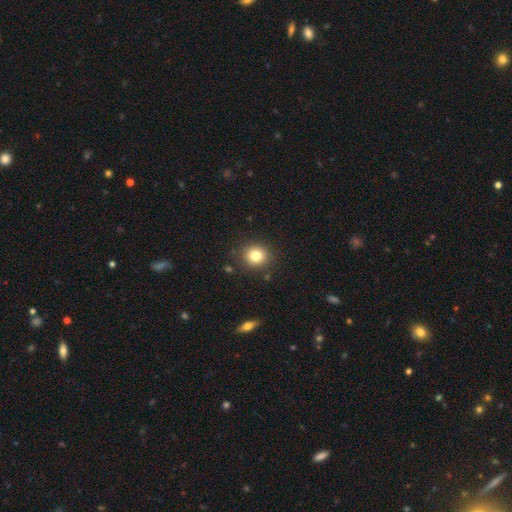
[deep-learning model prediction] Smooth or featured? Predicted: smooth (p=0.80). How rounded? Predicted: round (p=0.86). Merging? Predicted: none (p=0.86).